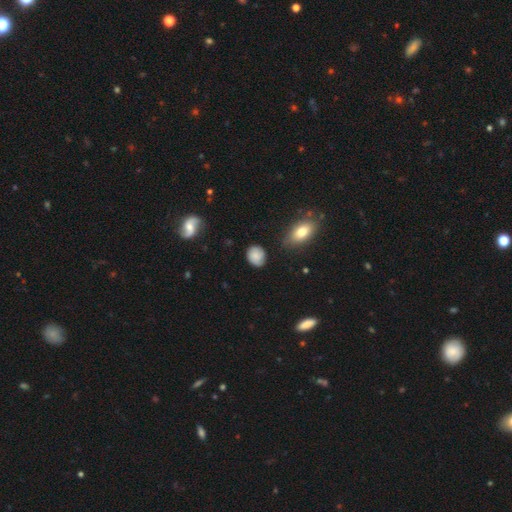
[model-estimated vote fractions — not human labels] Smooth or featured?
  - smooth: 72% *
  - featured or disk: 19%
  - star or artifact: 9%
How rounded?
  - round: 58% *
  - in between: 41%
  - cigar-shaped: 1%
Merging?
  - none: 71% *
  - minor disturbance: 22%
  - major disturbance: 5%
  - merger: 2%